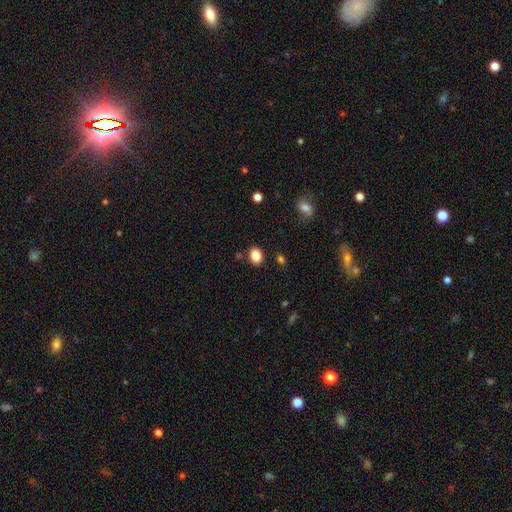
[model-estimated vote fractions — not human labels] smooth-or-featured: smooth: 87% | star or artifact: 9% | featured or disk: 4%
  how-rounded: in between: 68% | round: 31% | cigar-shaped: 1%
  merging: none: 85% | minor disturbance: 9% | merger: 3% | major disturbance: 3%